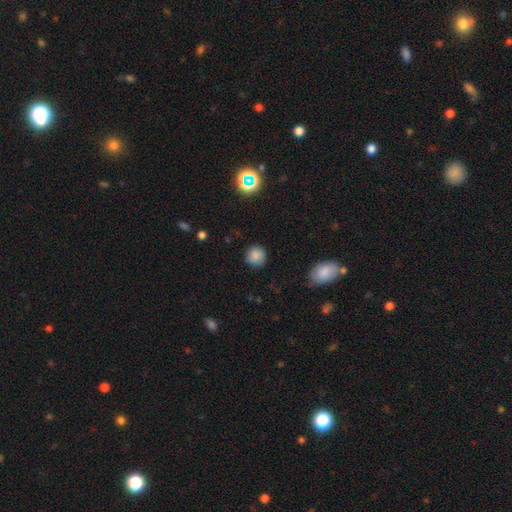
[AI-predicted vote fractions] A smooth galaxy with no disk features (84%) that is round (91%).

Vote fractions:
- Smooth or featured? smooth: 84% / star or artifact: 11% / featured or disk: 5%
- How rounded? round: 91% / in between: 8% / cigar-shaped: 1%
- Merging? none: 86% / minor disturbance: 10% / major disturbance: 3% / merger: 1%